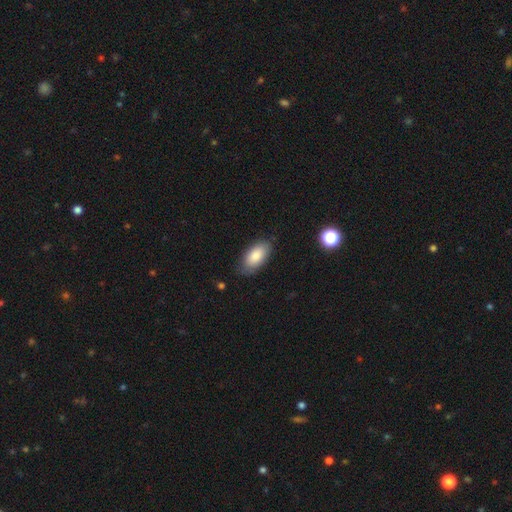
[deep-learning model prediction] Smooth or featured?
  - smooth: 84% *
  - featured or disk: 10%
  - star or artifact: 7%
How rounded?
  - in between: 93% *
  - cigar-shaped: 4%
  - round: 3%
Merging?
  - none: 77% *
  - minor disturbance: 18%
  - major disturbance: 4%
  - merger: 1%